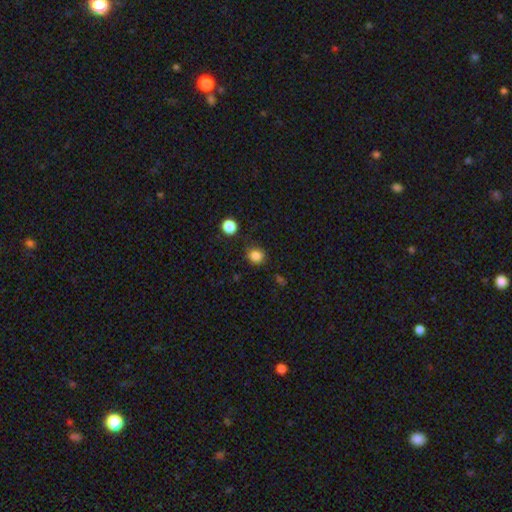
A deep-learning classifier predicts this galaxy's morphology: Q: Smooth or featured?
A: smooth (84%); runner-up: star or artifact (12%)
Q: How rounded?
A: round (82%); runner-up: in between (17%)
Q: Merging?
A: none (85%); runner-up: minor disturbance (10%)